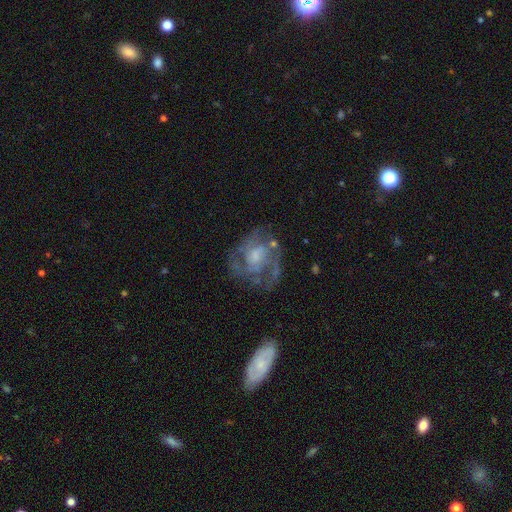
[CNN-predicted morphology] featured or disk 78%, smooth 14%, star or artifact 8%. Down the decision tree: edge-on disk — no (97%); bar — no (61%); spiral arms — yes (84%); spiral arm count — can't tell (33%); spiral winding — medium (44%); bulge size — small (43%); merging — none (61%).